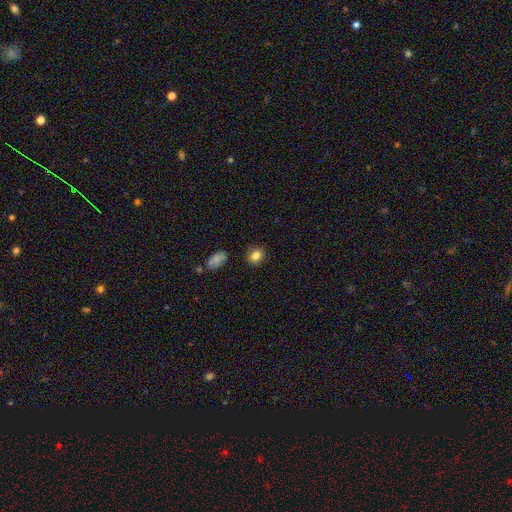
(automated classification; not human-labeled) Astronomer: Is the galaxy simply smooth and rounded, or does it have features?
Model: smooth — 84%.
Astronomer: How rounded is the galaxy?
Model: round — 60% (runner-up: in between, 39%).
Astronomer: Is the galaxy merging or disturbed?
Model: none — 87%.